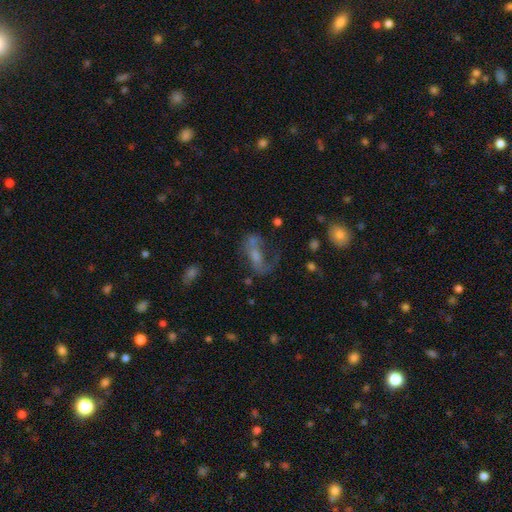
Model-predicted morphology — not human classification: A featured or disk galaxy (56%) with no bar (58%), spiral arms (60%) and a small central bulge (35%). Merging: major disturbance (38%).